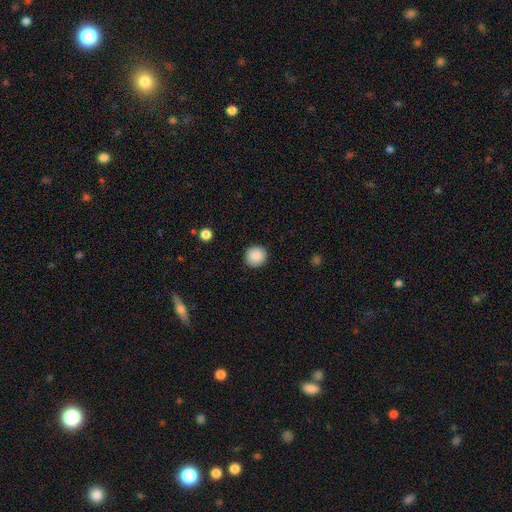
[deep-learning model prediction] Smooth or featured? smooth (89%)
How rounded? round (93%)
Merging? none (91%)